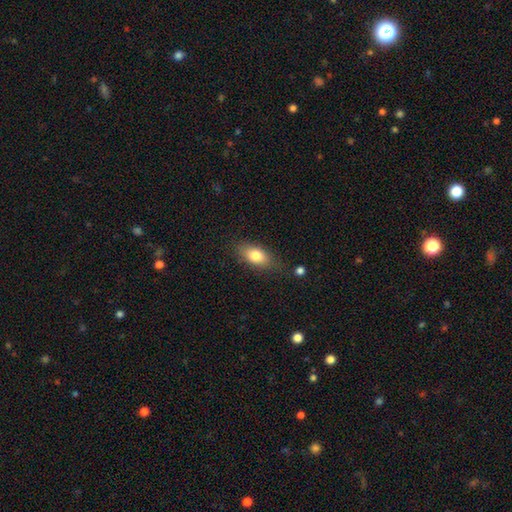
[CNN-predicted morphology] Smooth or featured? smooth (78%)
How rounded? in between (83%)
Merging? none (78%)